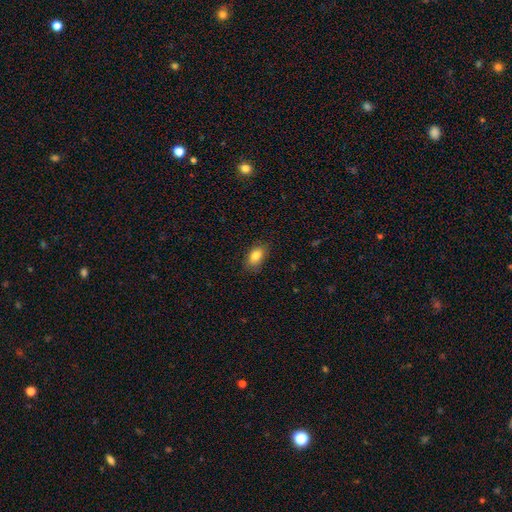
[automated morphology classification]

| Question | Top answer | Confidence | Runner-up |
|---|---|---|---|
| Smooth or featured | smooth | 85% | star or artifact (8%) |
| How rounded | in between | 88% | round (9%) |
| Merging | none | 81% | minor disturbance (15%) |